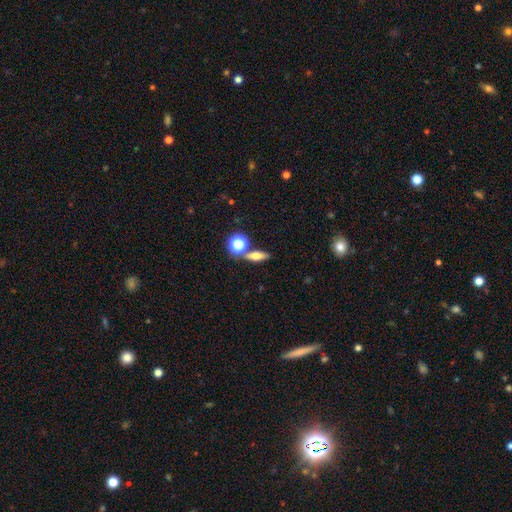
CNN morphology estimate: Overall: smooth (59%; featured or disk 28%). How rounded: in between (51%; cigar-shaped 31%). Merging: none (73%).